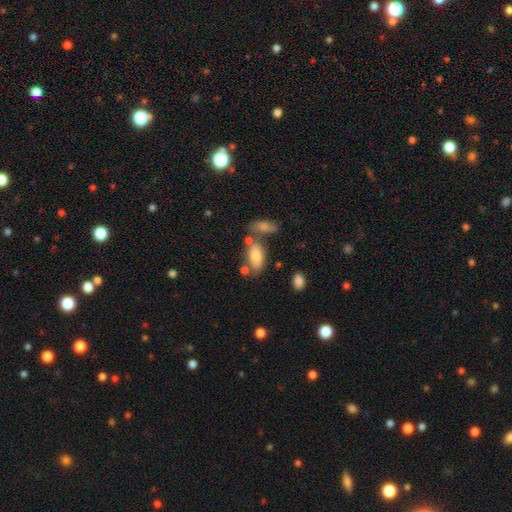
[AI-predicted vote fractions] This is likely a smooth galaxy (75%). How rounded: clearly in between (90%). Merging: possibly none (55%).